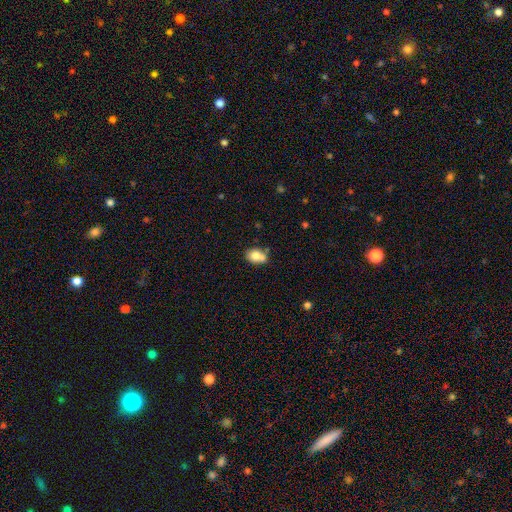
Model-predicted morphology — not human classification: Smooth or featured: smooth — 77% (featured or disk — 14%)
How rounded: in between — 64% (round — 35%)
Merging: none — 45% (merger — 30%)